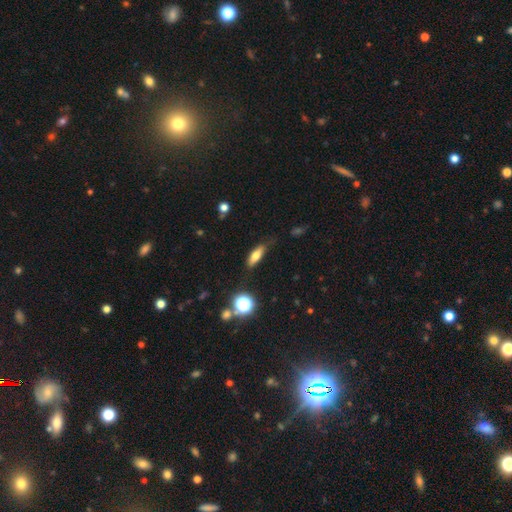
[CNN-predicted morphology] The model was most divided on "how rounded": in between: 57%, cigar-shaped: 38%, round: 5%. More confident: merging — none (75%); smooth or featured — smooth (70%).